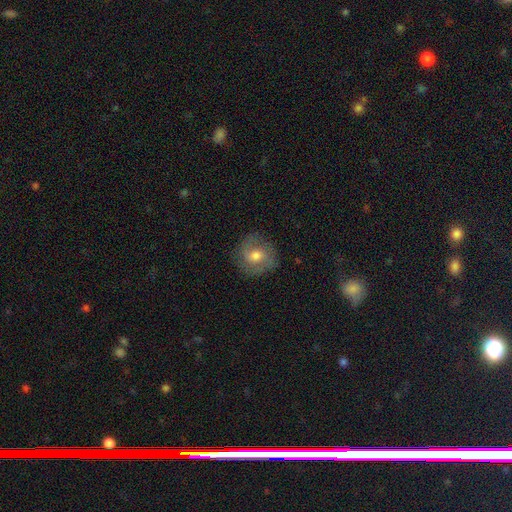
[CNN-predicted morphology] This appears to be a featured or disk galaxy (48%). Merging: none (79%).